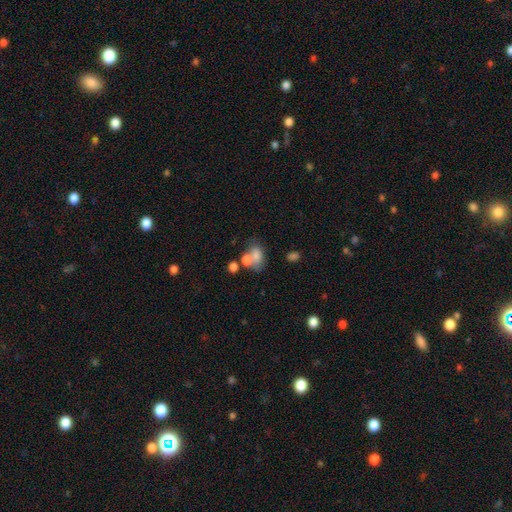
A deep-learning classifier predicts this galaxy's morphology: The model was most divided on "merging": merger: 44%, none: 32%, minor disturbance: 14%, major disturbance: 10%. More confident: how rounded — in between (75%); smooth or featured — smooth (72%).